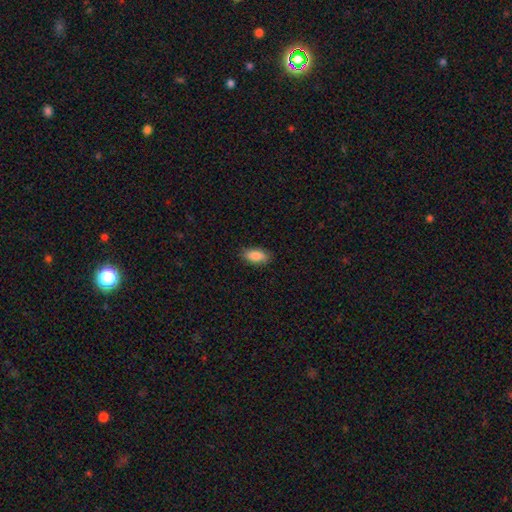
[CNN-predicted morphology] This is clearly a smooth galaxy (86%). How rounded: clearly in between (88%). Merging: clearly none (86%).